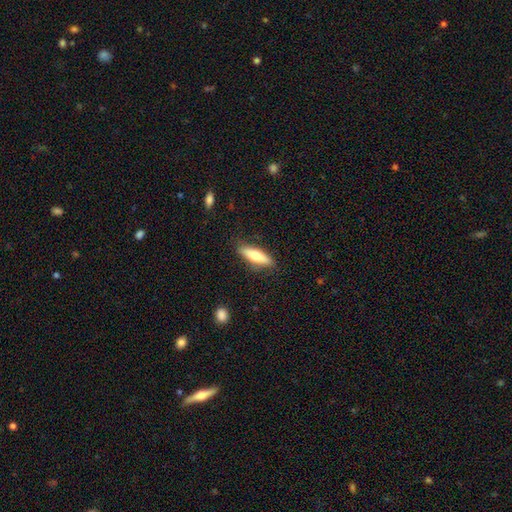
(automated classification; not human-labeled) Smooth or featured? Predicted: smooth (p=0.65). How rounded? Predicted: cigar-shaped (p=0.62). Merging? Predicted: none (p=0.85).